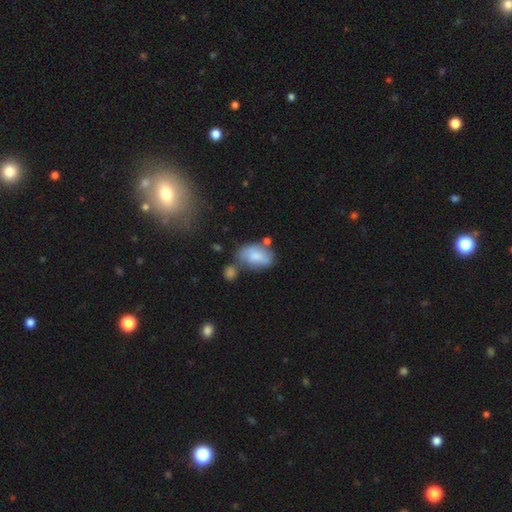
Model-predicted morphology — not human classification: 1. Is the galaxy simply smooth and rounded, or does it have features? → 75% smooth, 18% featured or disk, 7% star or artifact.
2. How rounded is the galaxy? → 90% in between, 9% round, 2% cigar-shaped.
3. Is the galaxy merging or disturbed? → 46% none, 25% minor disturbance, 19% merger, 9% major disturbance.